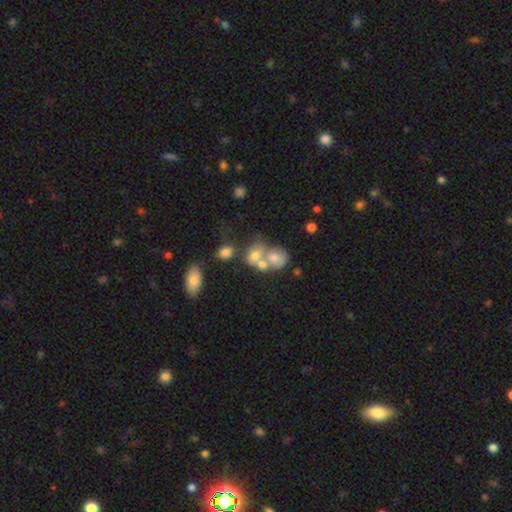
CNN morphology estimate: smooth 56%, featured or disk 31%, star or artifact 13%. Down the decision tree: how rounded — in between (51%); merging — merger (62%).